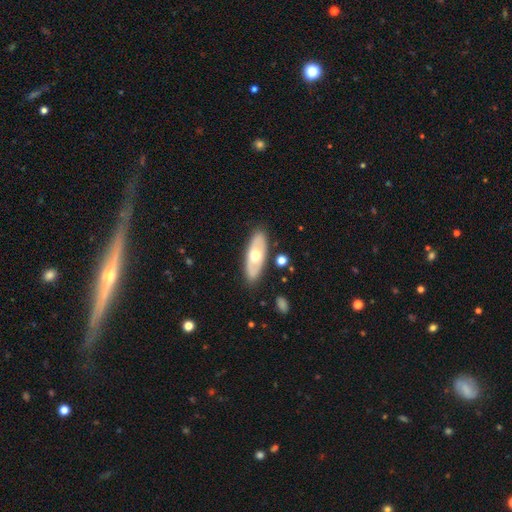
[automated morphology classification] Q: Smooth or featured?
A: featured or disk (51%); runner-up: smooth (44%)
Q: Edge-on disk?
A: no (74%); runner-up: yes (26%)
Q: Merging?
A: none (85%); runner-up: minor disturbance (10%)